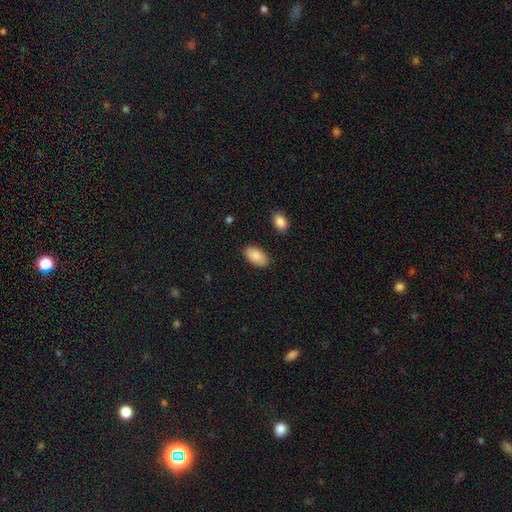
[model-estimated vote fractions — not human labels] A smooth galaxy with no disk features (88%) that is in between round and cigar-shaped (95%). Merging: none (86%).